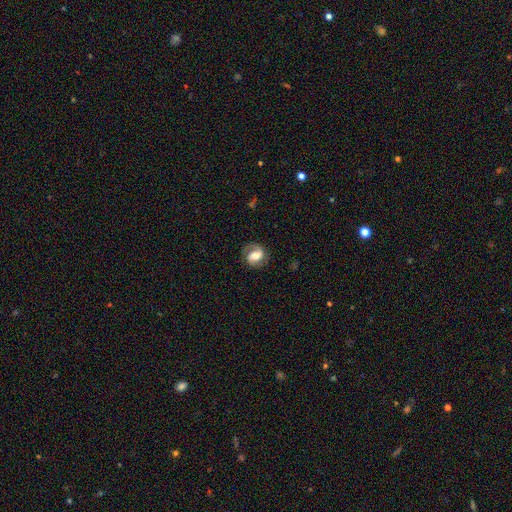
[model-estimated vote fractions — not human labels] featured or disk 68%, smooth 25%, star or artifact 7%. Down the decision tree: edge-on disk — no (97%); bar — weak (41%); spiral arms — yes (88%); spiral arm count — 2 (80%); spiral winding — medium (46%); bulge size — moderate (63%); merging — none (78%).